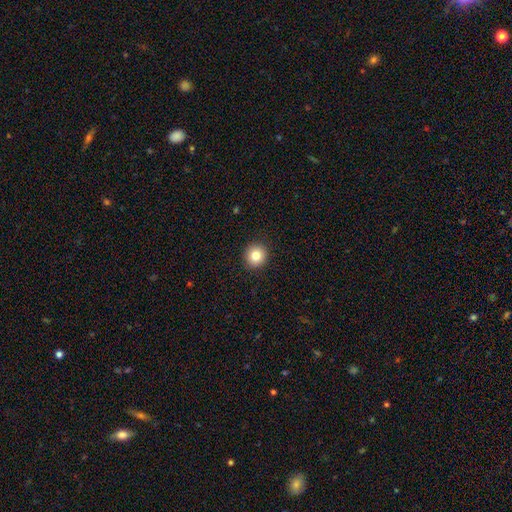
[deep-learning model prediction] smooth 83%, star or artifact 10%, featured or disk 7%. Down the decision tree: how rounded — round (92%); merging — none (92%).